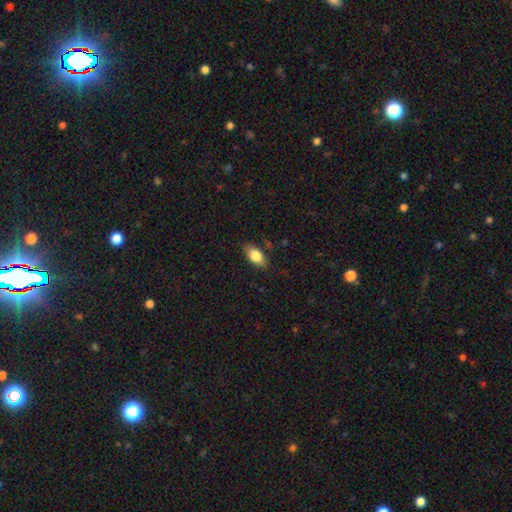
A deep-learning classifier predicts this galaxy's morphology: smooth_or_featured: smooth (p=0.80) [alt: featured or disk p=0.13]
how_rounded: in between (p=0.86) [alt: cigar-shaped p=0.07]
merging: none (p=0.79) [alt: minor disturbance p=0.16]